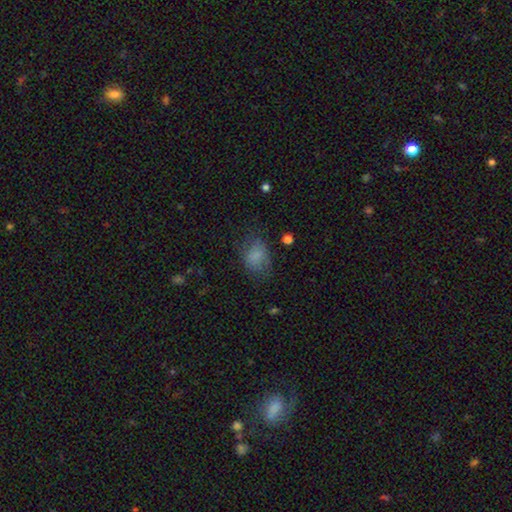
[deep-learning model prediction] smooth-or-featured: smooth: 77% | featured or disk: 12% | star or artifact: 11%
  how-rounded: in between: 68% | round: 31% | cigar-shaped: 1%
  merging: none: 59% | minor disturbance: 25% | major disturbance: 15% | merger: 2%